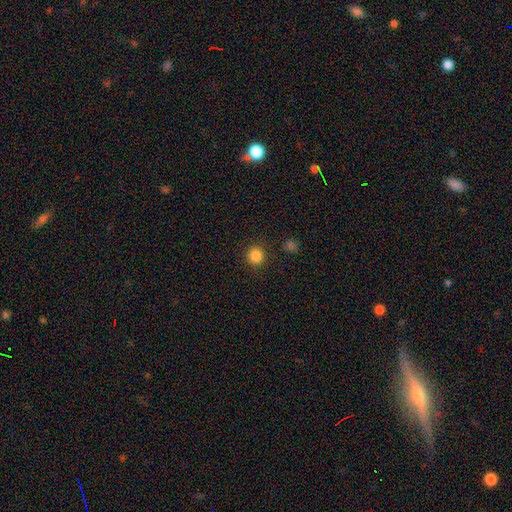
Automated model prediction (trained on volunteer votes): Morphology: type=smooth (85%); roundness=round (92%); merging=none (90%).